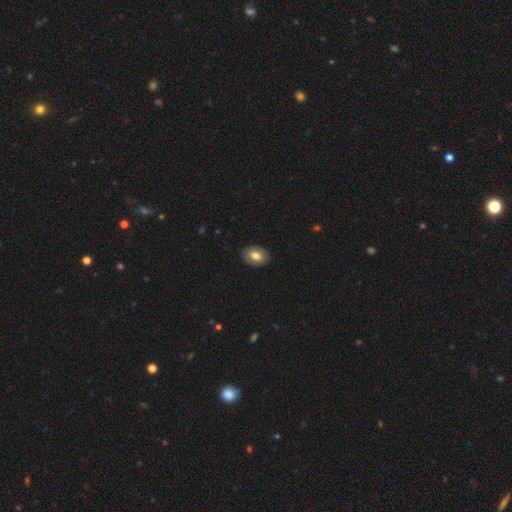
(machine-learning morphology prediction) type=smooth (72%); roundness=in between (83%); merging=none (87%).